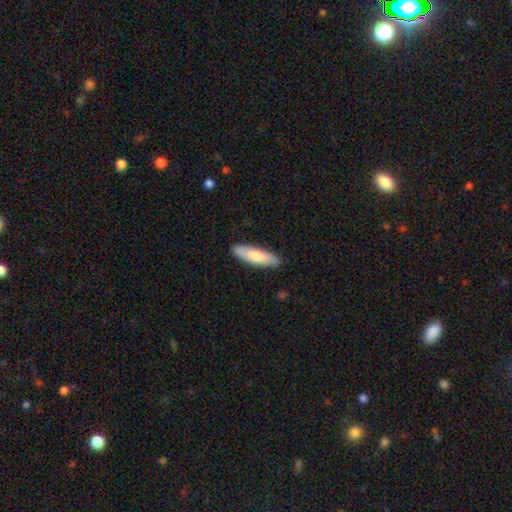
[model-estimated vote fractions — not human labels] A smooth galaxy with no disk features (72%) that is cigar-shaped (60%).

Vote fractions:
- Smooth or featured? smooth: 72% / featured or disk: 23% / star or artifact: 5%
- How rounded? cigar-shaped: 60% / in between: 38% / round: 2%
- Merging? none: 88% / minor disturbance: 10% / major disturbance: 2% / merger: 1%